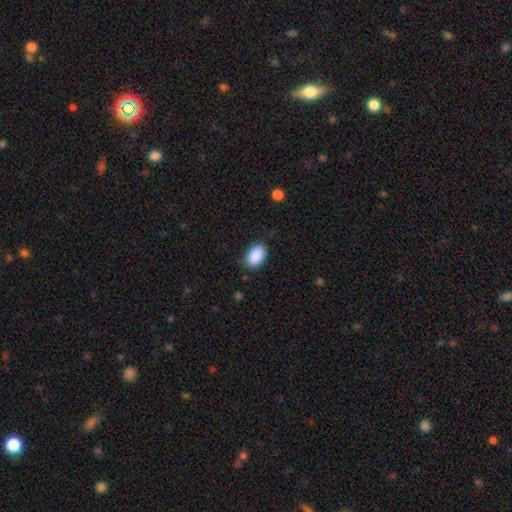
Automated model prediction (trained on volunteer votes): Smooth or featured? smooth (90%)
How rounded? in between (91%)
Merging? none (82%)